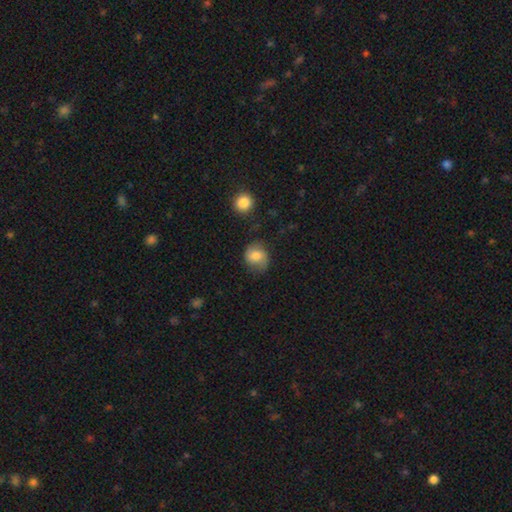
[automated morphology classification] This appears to be a smooth galaxy with no disk features (66%) that is round (69%). Merging: none (65%).